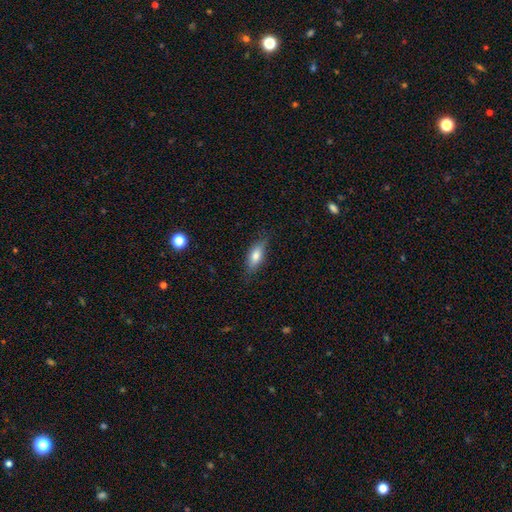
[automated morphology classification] Smooth or featured? smooth (72%)
How rounded? in between (70%)
Merging? none (79%)